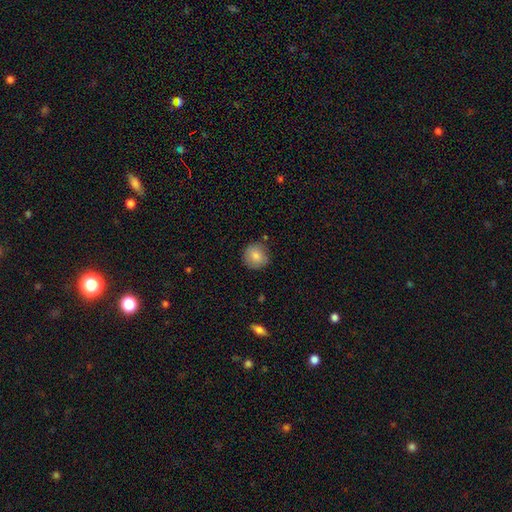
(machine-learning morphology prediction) Q: Smooth or featured?
A: smooth (83%); runner-up: featured or disk (8%)
Q: How rounded?
A: round (93%); runner-up: in between (6%)
Q: Merging?
A: none (84%); runner-up: minor disturbance (11%)